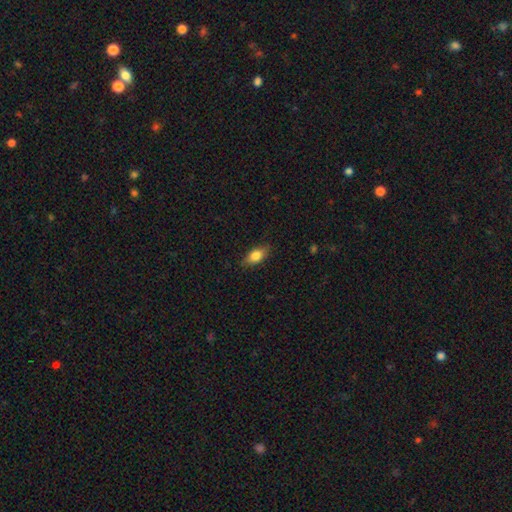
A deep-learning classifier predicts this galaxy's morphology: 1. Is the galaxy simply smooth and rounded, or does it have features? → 78% smooth, 14% featured or disk, 7% star or artifact.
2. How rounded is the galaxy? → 84% in between, 10% cigar-shaped, 6% round.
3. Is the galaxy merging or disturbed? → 84% none, 13% minor disturbance, 3% major disturbance, 1% merger.